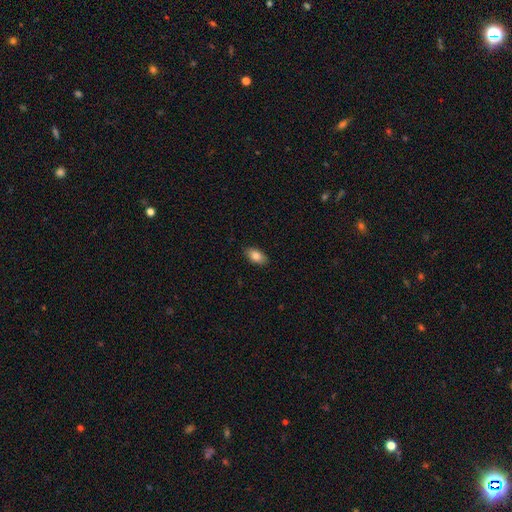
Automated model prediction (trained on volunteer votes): smooth 84%, featured or disk 8%, star or artifact 7%. Down the decision tree: how rounded — in between (92%); merging — none (87%).